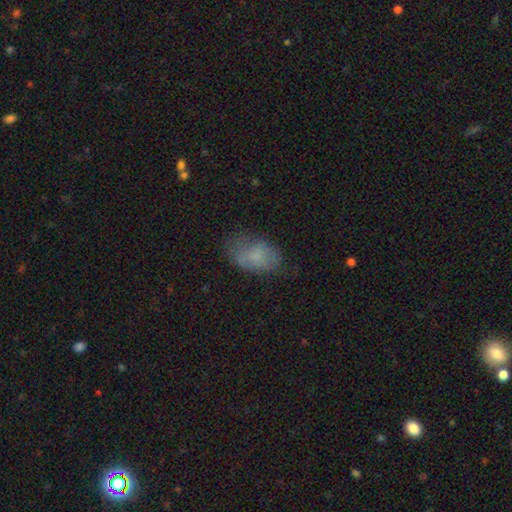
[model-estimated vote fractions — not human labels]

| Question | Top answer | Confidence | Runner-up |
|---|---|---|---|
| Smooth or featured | smooth | 76% | featured or disk (15%) |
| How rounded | in between | 91% | round (7%) |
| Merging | none | 63% | minor disturbance (26%) |